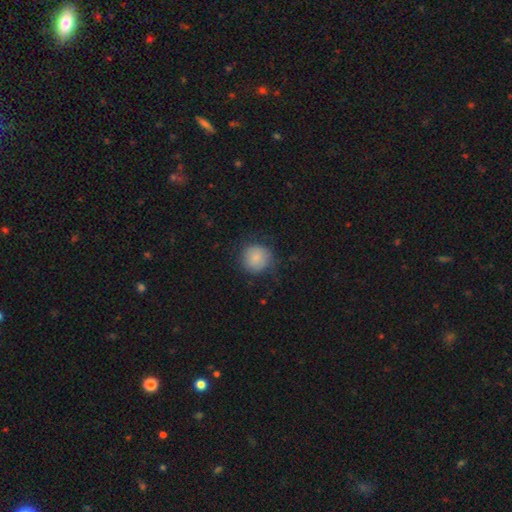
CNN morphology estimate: A smooth galaxy with no disk features (85%) that is round (92%).

Vote fractions:
- Smooth or featured? smooth: 85% / star or artifact: 8% / featured or disk: 7%
- How rounded? round: 92% / in between: 7% / cigar-shaped: 1%
- Merging? none: 75% / minor disturbance: 17% / major disturbance: 7% / merger: 1%